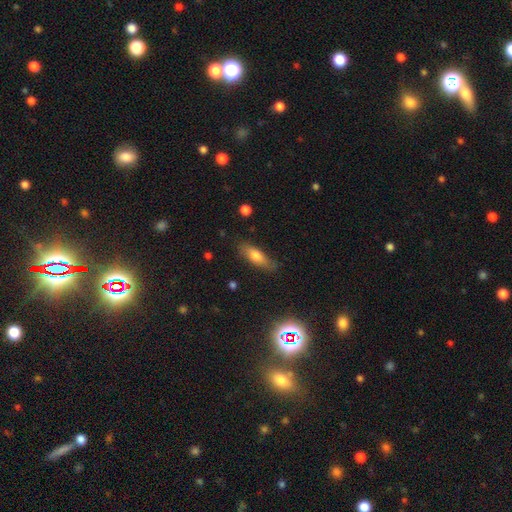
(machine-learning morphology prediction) Q: Smooth or featured?
A: smooth (69%); runner-up: featured or disk (23%)
Q: How rounded?
A: in between (61%); runner-up: cigar-shaped (36%)
Q: Merging?
A: none (76%); runner-up: minor disturbance (18%)